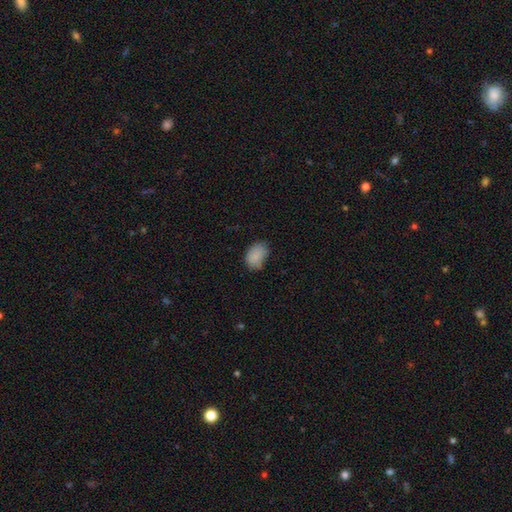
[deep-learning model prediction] Overall: smooth (86%). How rounded: in between (82%). Merging: none (61%; minor disturbance 30%).